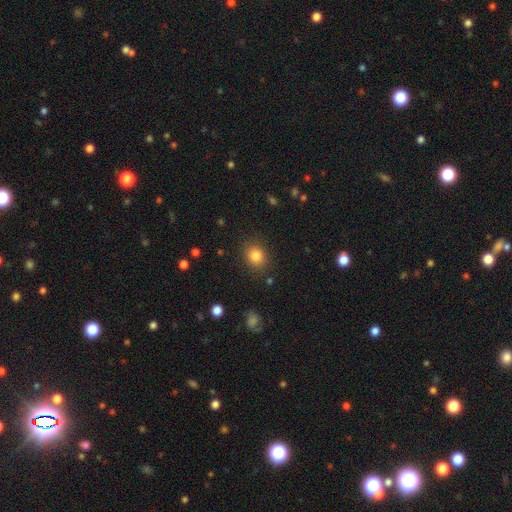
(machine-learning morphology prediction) Smooth or featured: smooth — 83% (star or artifact — 11%)
How rounded: round — 67% (in between — 32%)
Merging: none — 87% (minor disturbance — 9%)